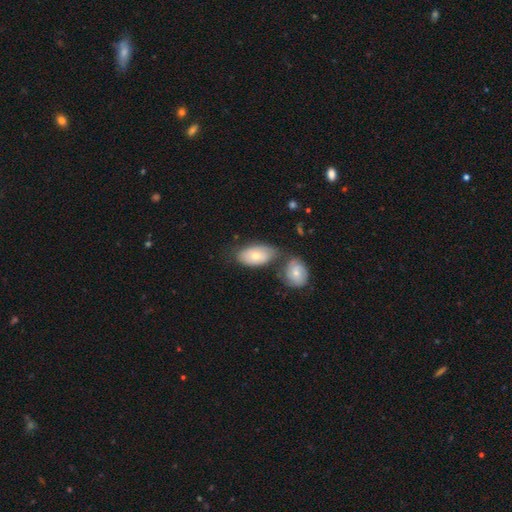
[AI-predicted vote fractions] smooth_or_featured: smooth (p=0.64) [alt: featured or disk p=0.30]
how_rounded: in between (p=0.91) [alt: round p=0.07]
merging: none (p=0.49) [alt: merger p=0.29]